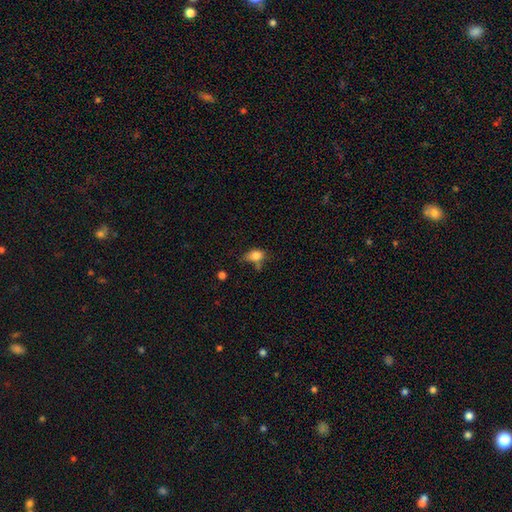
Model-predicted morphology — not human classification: type=smooth (80%); roundness=in between (77%); merging=none (42%).